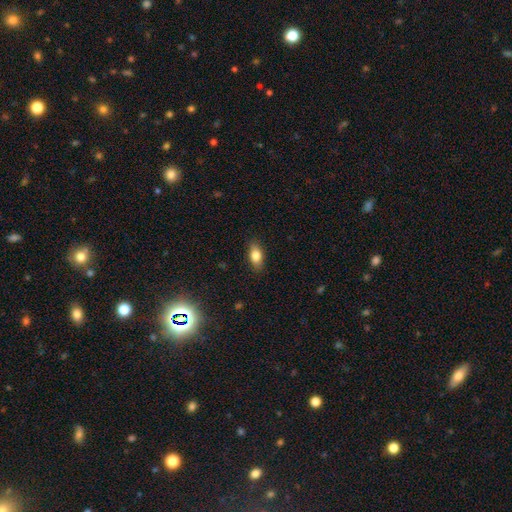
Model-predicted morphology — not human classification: This is clearly a smooth galaxy (82%). How rounded: clearly in between (86%). Merging: clearly none (86%).